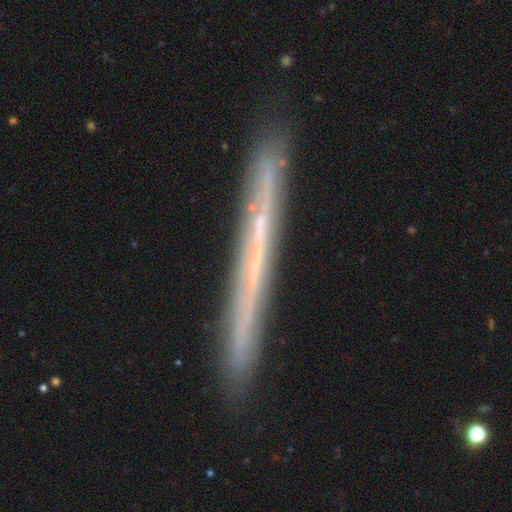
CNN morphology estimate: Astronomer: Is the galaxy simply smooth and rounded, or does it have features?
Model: featured or disk — 62%.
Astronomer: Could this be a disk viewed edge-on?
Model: yes — 95%.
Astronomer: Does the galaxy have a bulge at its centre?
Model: none — 90%.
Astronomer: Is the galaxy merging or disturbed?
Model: none — 89%.